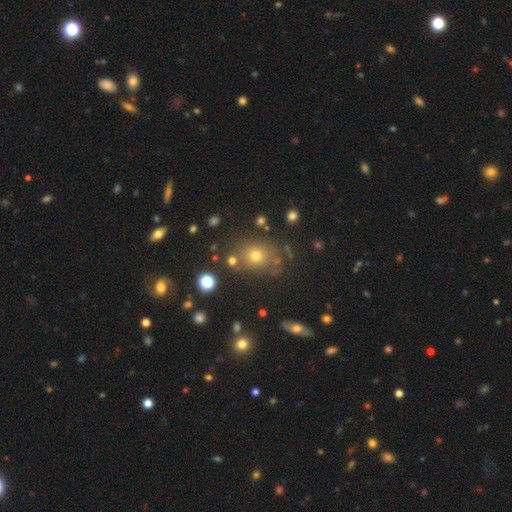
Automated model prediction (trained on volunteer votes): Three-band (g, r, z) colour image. It shows a smooth galaxy with no disk features (66%) that is round (68%). Merging: none (77%).